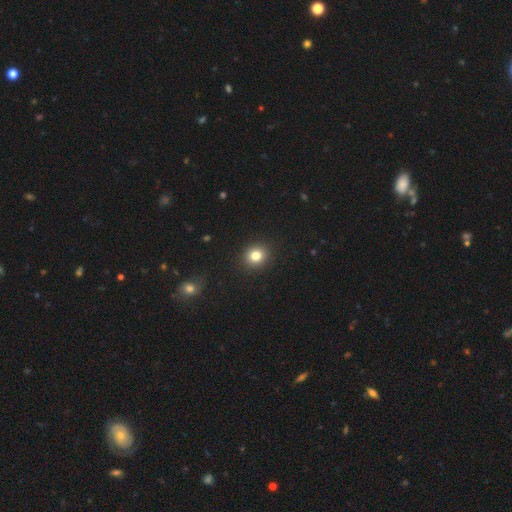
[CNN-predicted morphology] Smooth or featured?
  - smooth: 82% *
  - star or artifact: 12%
  - featured or disk: 6%
How rounded?
  - round: 81% *
  - in between: 18%
  - cigar-shaped: 1%
Merging?
  - none: 91% *
  - minor disturbance: 6%
  - major disturbance: 2%
  - merger: 1%